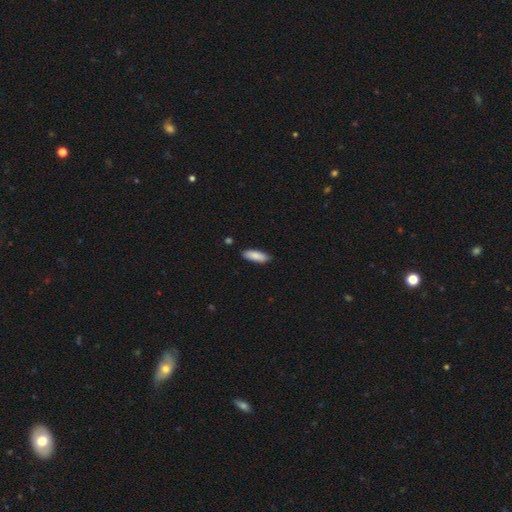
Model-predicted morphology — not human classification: The model was most divided on "how rounded": in between: 60%, cigar-shaped: 38%, round: 2%. More confident: smooth or featured — smooth (87%); merging — none (85%).